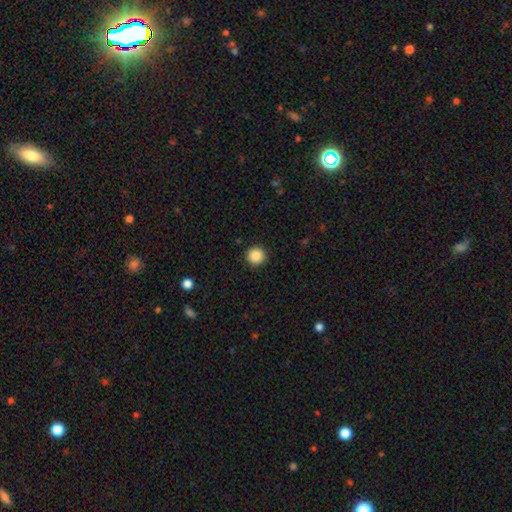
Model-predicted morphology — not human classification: Smooth or featured? Predicted: smooth (p=0.88). How rounded? Predicted: round (p=0.96). Merging? Predicted: none (p=0.92).